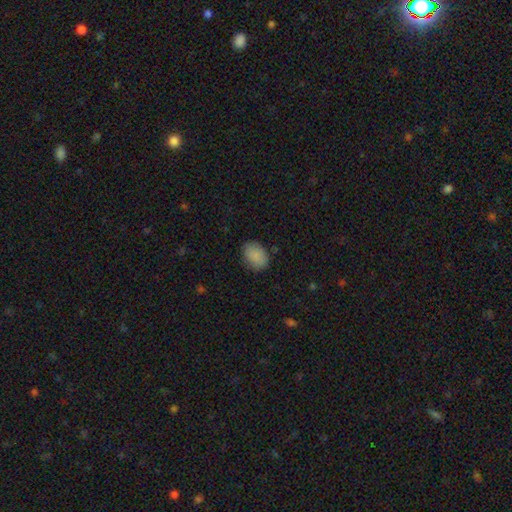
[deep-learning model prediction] This is clearly a smooth galaxy (88%). How rounded: likely in between (74%). Merging: clearly none (81%).